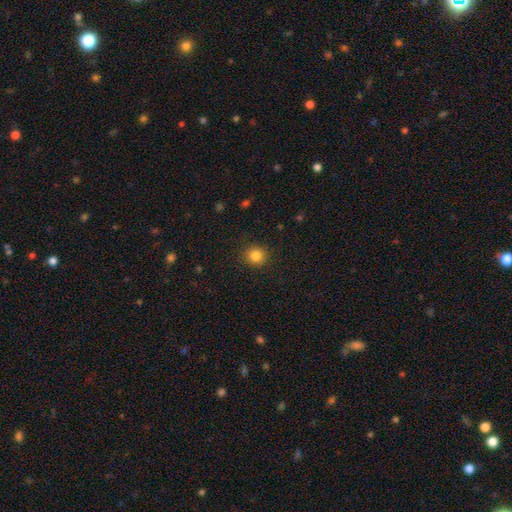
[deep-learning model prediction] This is clearly a smooth galaxy (84%). How rounded: clearly round (90%). Merging: clearly none (90%).